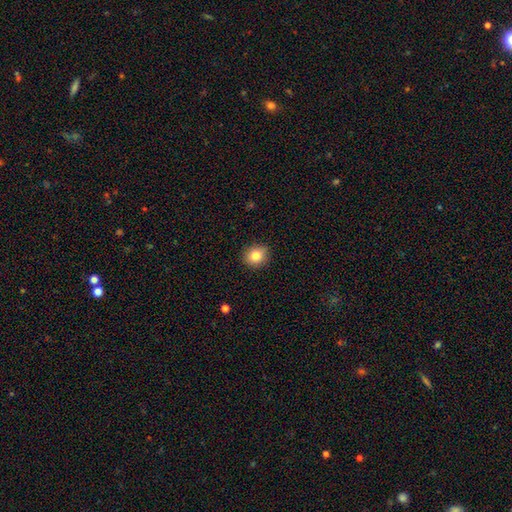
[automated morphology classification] smooth 82%, star or artifact 10%, featured or disk 7%. Down the decision tree: how rounded — round (81%); merging — none (87%).